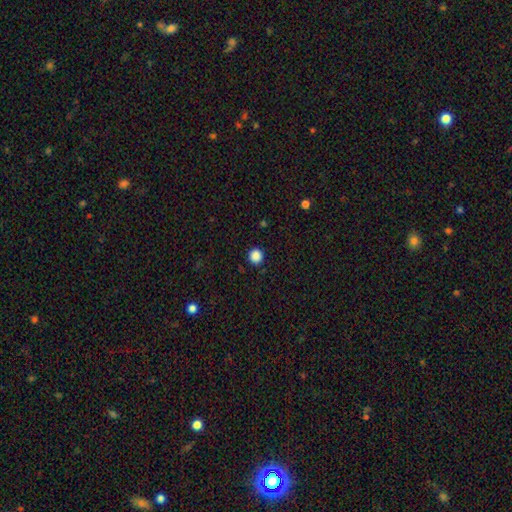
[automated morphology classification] smooth 88%, star or artifact 10%, featured or disk 2%. Down the decision tree: how rounded — round (93%); merging — none (92%).